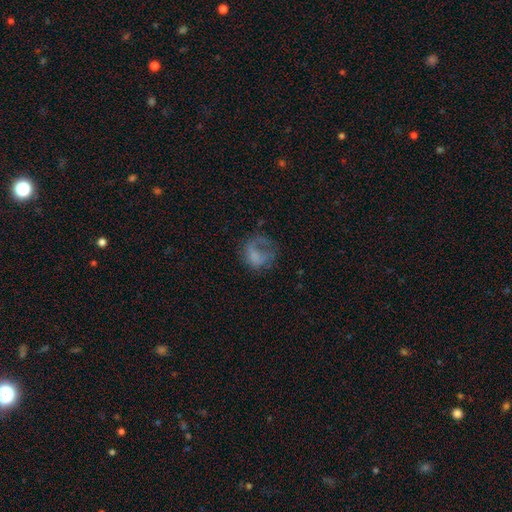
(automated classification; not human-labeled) Smooth or featured?
  - smooth: 52% *
  - featured or disk: 36%
  - star or artifact: 13%
How rounded?
  - round: 57% *
  - in between: 41%
  - cigar-shaped: 1%
Merging?
  - major disturbance: 45% *
  - none: 32%
  - minor disturbance: 20%
  - merger: 3%